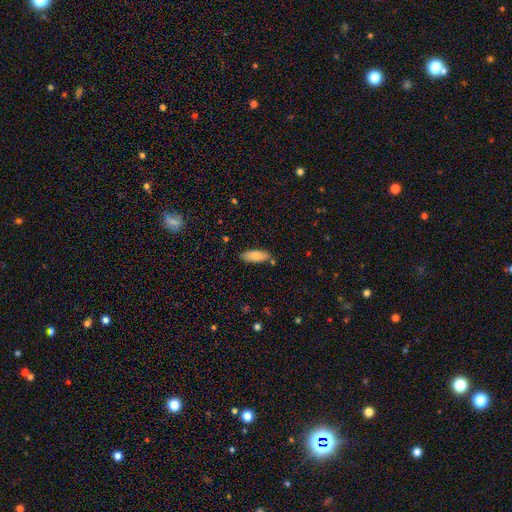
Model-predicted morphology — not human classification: Smooth or featured: smooth — 79% (featured or disk — 14%)
How rounded: in between — 73% (cigar-shaped — 25%)
Merging: none — 80% (minor disturbance — 13%)